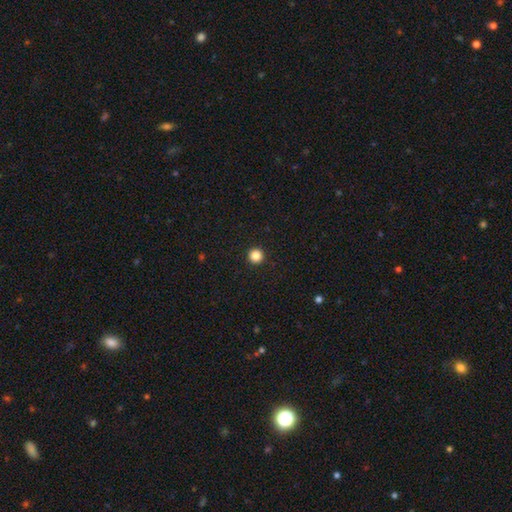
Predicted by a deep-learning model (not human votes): smooth 85%, star or artifact 11%, featured or disk 3%. Down the decision tree: how rounded — round (97%); merging — none (94%).